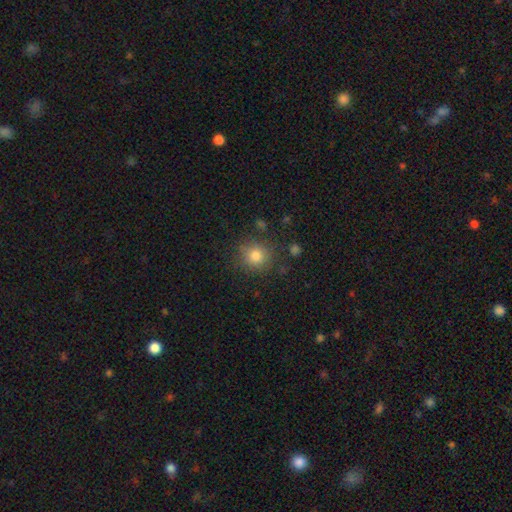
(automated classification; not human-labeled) Smooth or featured?
  - smooth: 80% *
  - star or artifact: 12%
  - featured or disk: 8%
How rounded?
  - round: 90% *
  - in between: 9%
  - cigar-shaped: 1%
Merging?
  - none: 83% *
  - minor disturbance: 11%
  - major disturbance: 4%
  - merger: 3%